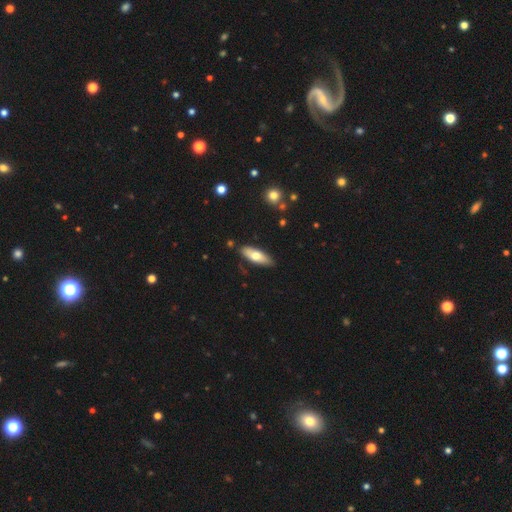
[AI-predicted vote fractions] Smooth or featured? Predicted: smooth (p=0.65). How rounded? Predicted: in between (p=0.63). Merging? Predicted: none (p=0.83).